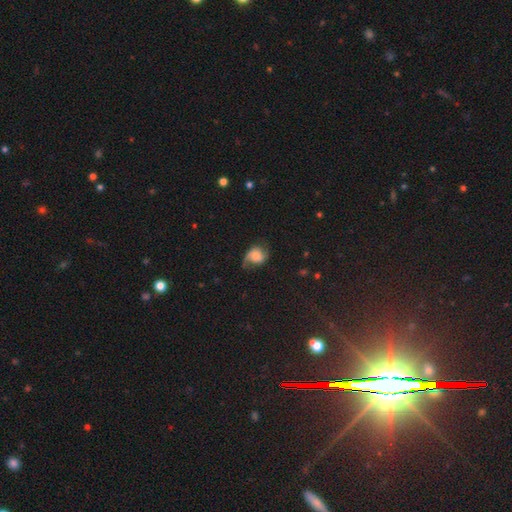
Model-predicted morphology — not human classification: smooth_or_featured: smooth (p=0.51) [alt: featured or disk p=0.39]
how_rounded: in between (p=0.50) [alt: round p=0.49]
merging: none (p=0.41) [alt: minor disturbance p=0.32]